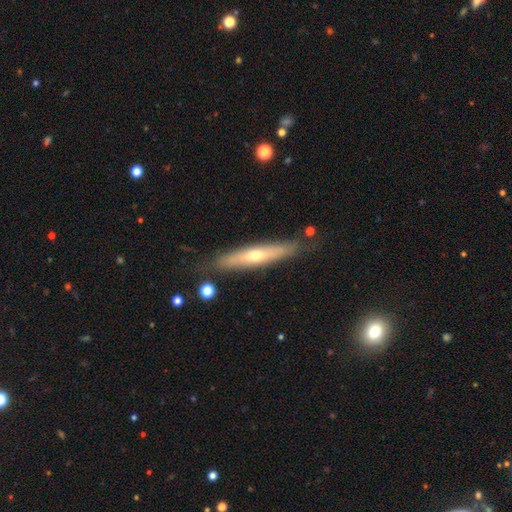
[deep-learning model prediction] The model was most divided on "smooth or featured": featured or disk: 50%, smooth: 44%, star or artifact: 6%. More confident: merging — none (81%); edge-on disk — yes (81%).